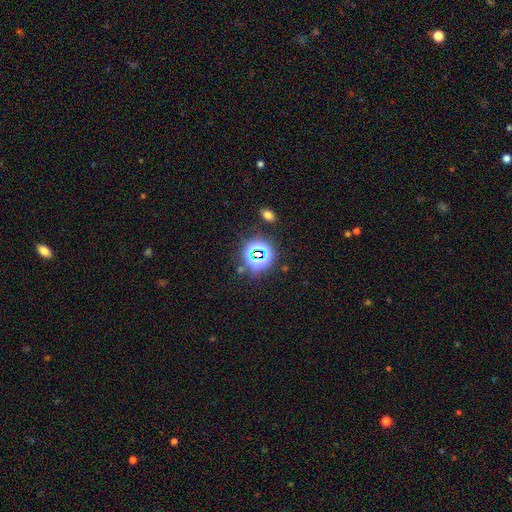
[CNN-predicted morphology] A star or artifact, not a galaxy (69%).

Vote fractions:
- Smooth or featured? star or artifact: 69% / smooth: 22% / featured or disk: 9%